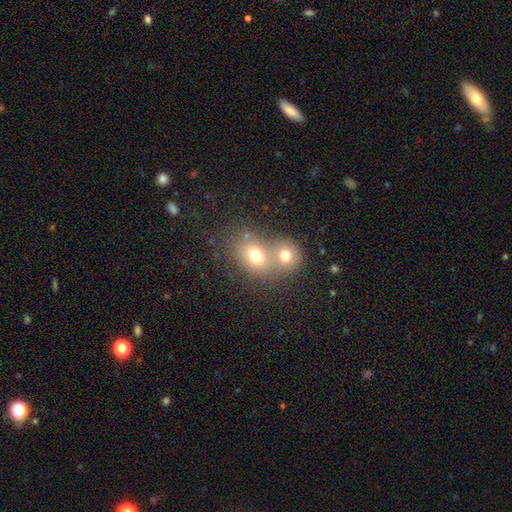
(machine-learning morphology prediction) A smooth galaxy with no disk features (72%) that is round (52%).

Vote fractions:
- Smooth or featured? smooth: 72% / featured or disk: 15% / star or artifact: 13%
- How rounded? round: 52% / in between: 47% / cigar-shaped: 1%
- Merging? merger: 57% / none: 32% / minor disturbance: 7% / major disturbance: 3%